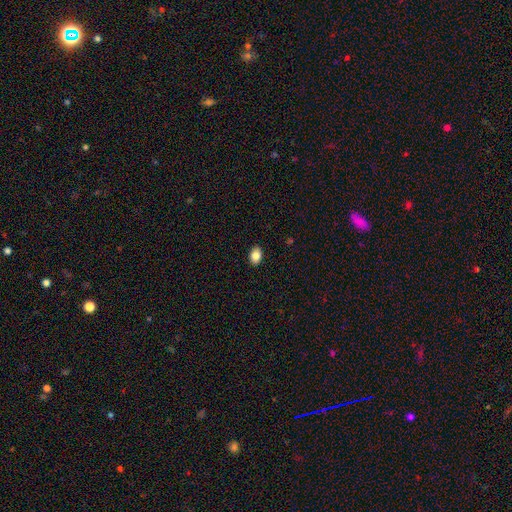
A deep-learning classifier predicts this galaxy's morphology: Smooth or featured?
  - smooth: 85% *
  - star or artifact: 8%
  - featured or disk: 7%
How rounded?
  - in between: 84% *
  - round: 14%
  - cigar-shaped: 1%
Merging?
  - none: 90% *
  - minor disturbance: 7%
  - major disturbance: 2%
  - merger: 1%